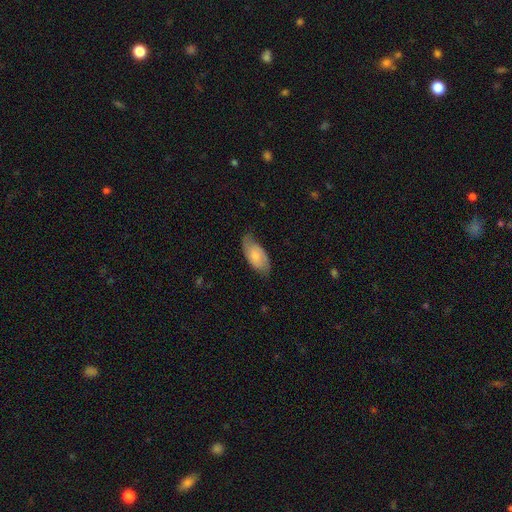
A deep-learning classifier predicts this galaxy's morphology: Smooth or featured?
  - smooth: 55% *
  - featured or disk: 40%
  - star or artifact: 6%
How rounded?
  - in between: 91% *
  - cigar-shaped: 6%
  - round: 3%
Merging?
  - none: 65% *
  - minor disturbance: 27%
  - major disturbance: 7%
  - merger: 1%